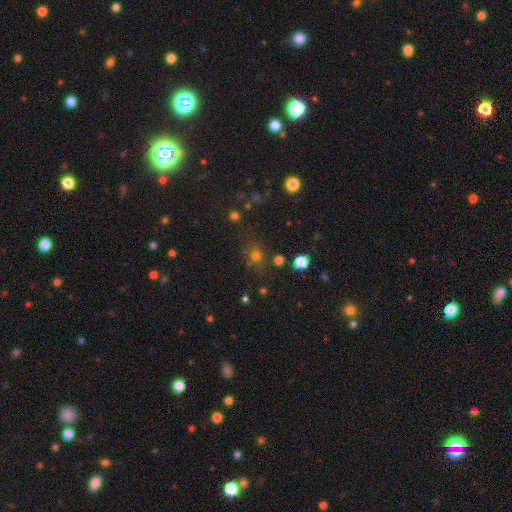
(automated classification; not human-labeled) A smooth galaxy with no disk features (69%) that is round (72%).

Vote fractions:
- Smooth or featured? smooth: 69% / star or artifact: 22% / featured or disk: 9%
- How rounded? round: 72% / in between: 26% / cigar-shaped: 2%
- Merging? none: 73% / minor disturbance: 14% / merger: 7% / major disturbance: 7%